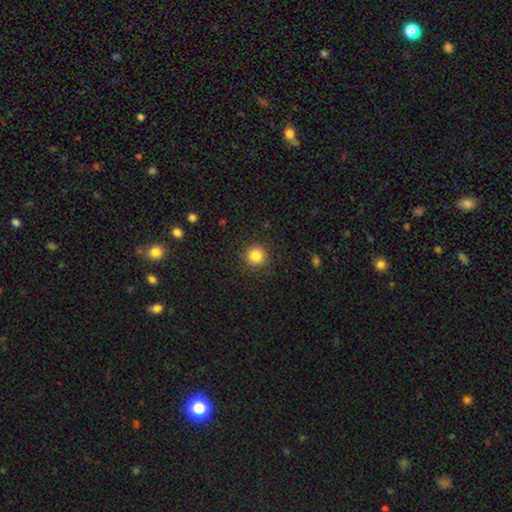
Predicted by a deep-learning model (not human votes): A smooth galaxy with no disk features (84%) that is round (94%). Merging: none (91%).